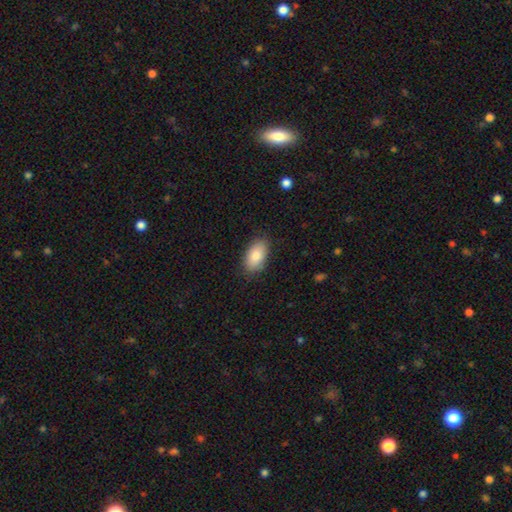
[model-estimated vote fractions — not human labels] smooth_or_featured: smooth (p=0.84) [alt: featured or disk p=0.09]
how_rounded: in between (p=0.93) [alt: round p=0.05]
merging: none (p=0.85) [alt: minor disturbance p=0.12]